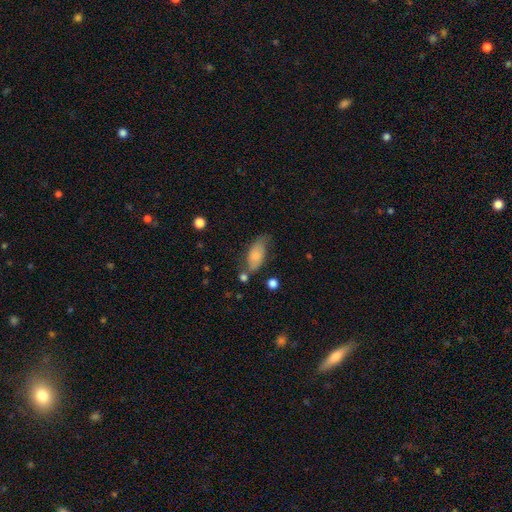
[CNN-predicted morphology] smooth 74%, featured or disk 20%, star or artifact 7%. Down the decision tree: how rounded — in between (86%); merging — none (54%).